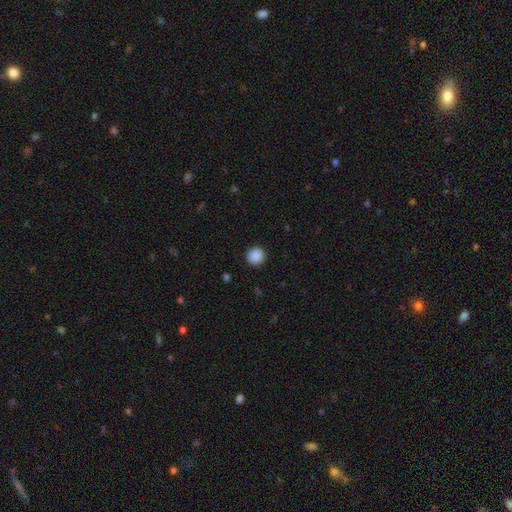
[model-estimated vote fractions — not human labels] smooth 89%, star or artifact 8%, featured or disk 2%. Down the decision tree: how rounded — round (95%); merging — none (92%).